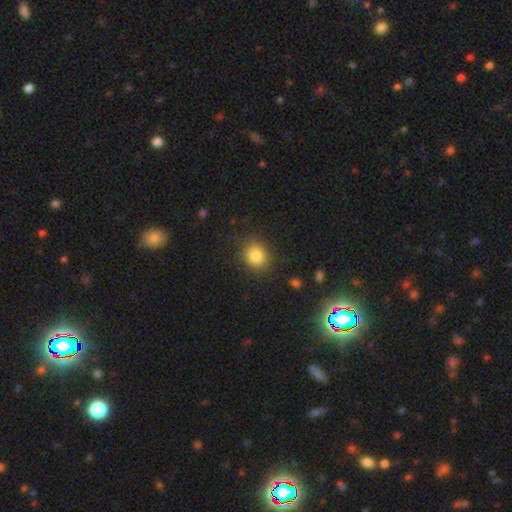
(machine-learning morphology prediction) Smooth or featured? Predicted: smooth (p=0.83). How rounded? Predicted: round (p=0.66). Merging? Predicted: none (p=0.83).